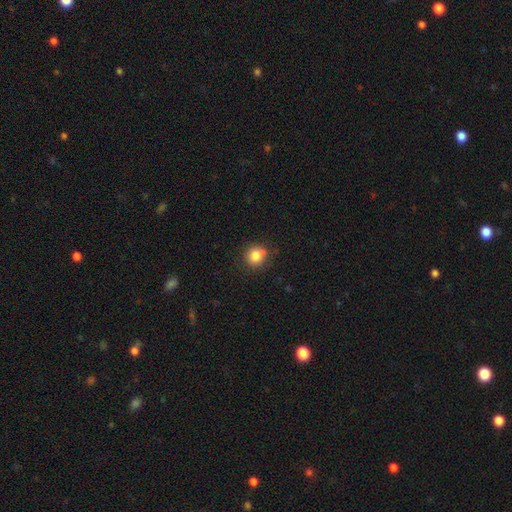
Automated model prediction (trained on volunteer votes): Morphology: type=smooth (82%); roundness=round (88%); merging=none (77%).